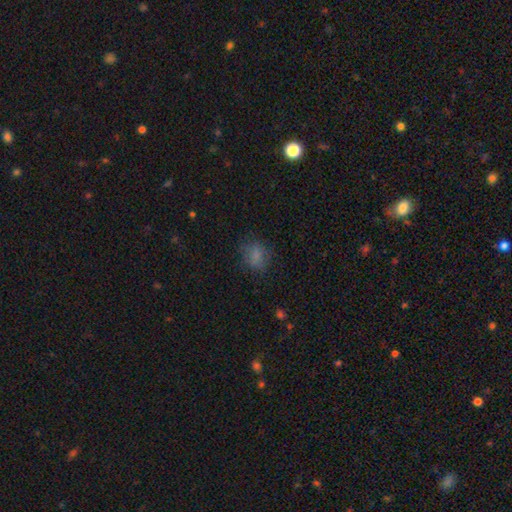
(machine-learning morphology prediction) Overall: smooth (78%). How rounded: round (56%; in between 43%). Merging: none (73%).